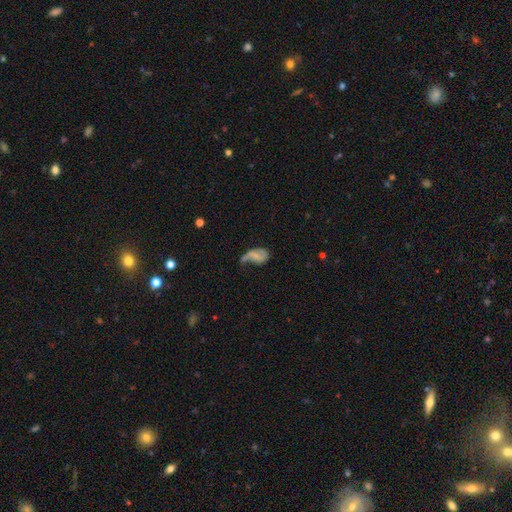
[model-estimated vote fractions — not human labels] This is possibly a featured or disk galaxy (49%). Merging: marginally major disturbance (36%).